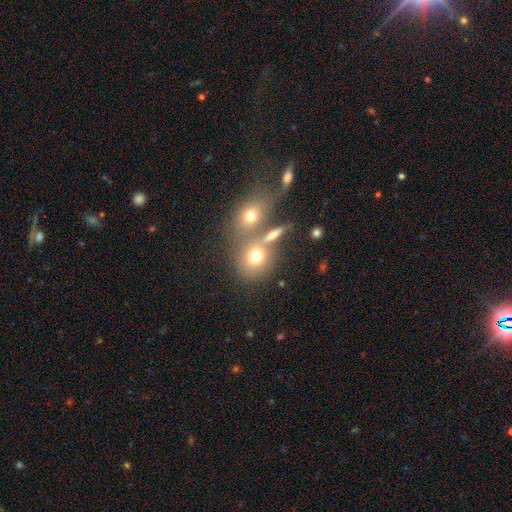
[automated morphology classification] This appears to be a smooth galaxy with no disk features (71%) that is round (71%). Merging: none (48%).